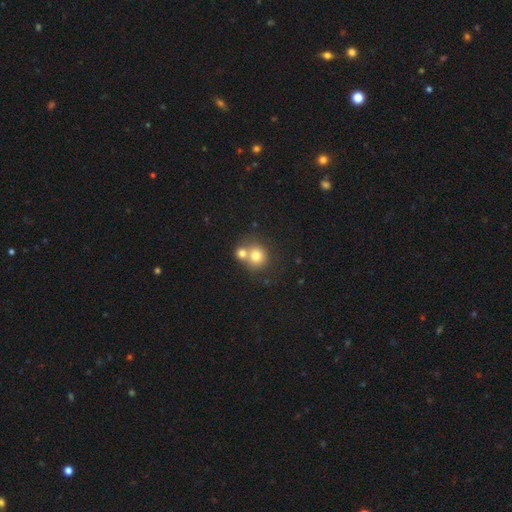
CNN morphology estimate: smooth 75%, featured or disk 14%, star or artifact 11%. Down the decision tree: how rounded — round (85%); merging — merger (50%).